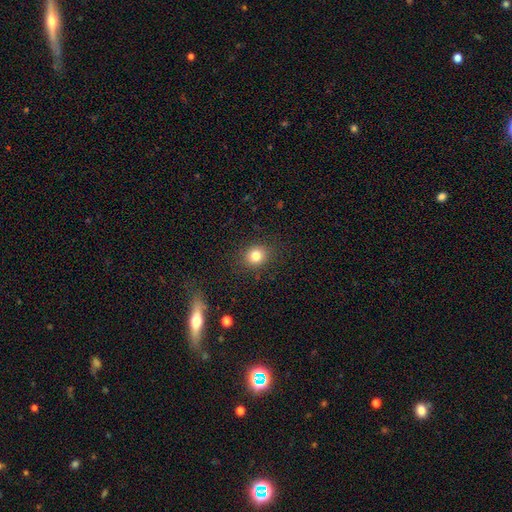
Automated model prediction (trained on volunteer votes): smooth_or_featured: smooth (p=0.81) [alt: star or artifact p=0.12]
how_rounded: round (p=0.81) [alt: in between p=0.18]
merging: none (p=0.88) [alt: minor disturbance p=0.08]